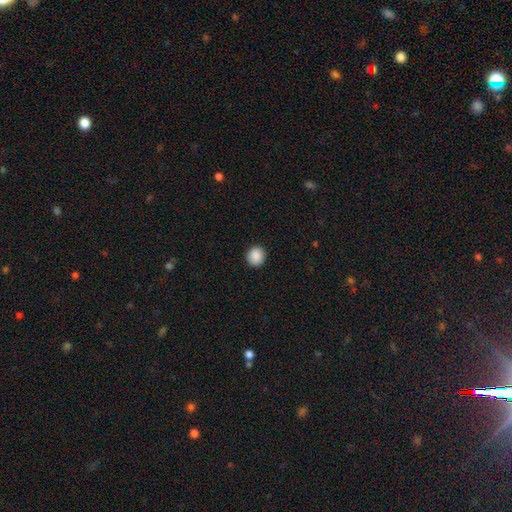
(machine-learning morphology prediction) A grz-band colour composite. It shows a smooth galaxy with no disk features (89%) that is round (89%). Merging: none (91%).